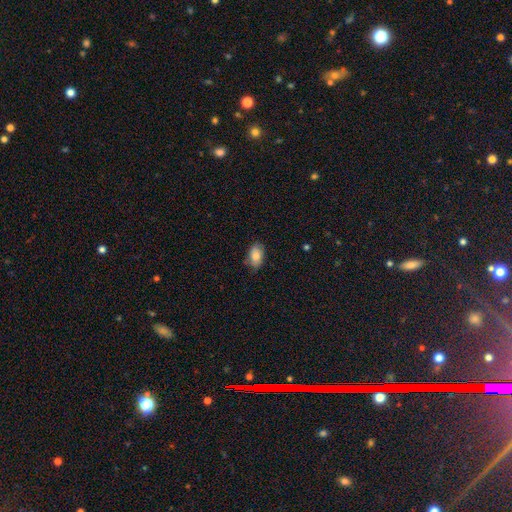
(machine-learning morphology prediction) A smooth galaxy with no disk features (83%) that is in between round and cigar-shaped (91%). Merging: none (77%).